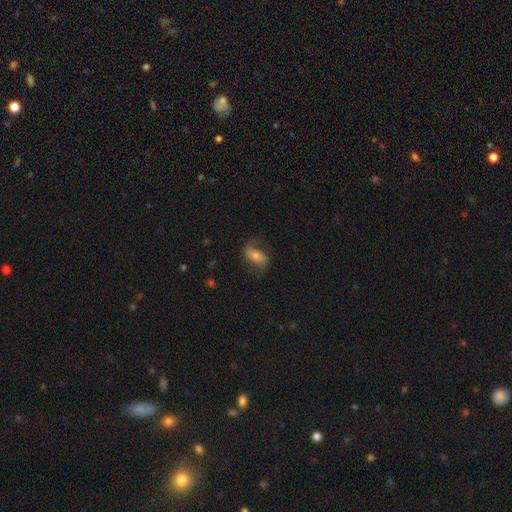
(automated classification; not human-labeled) Overall: featured or disk (51%; smooth 40%). Edge-on disk: no (90%). Merging: none (69%).